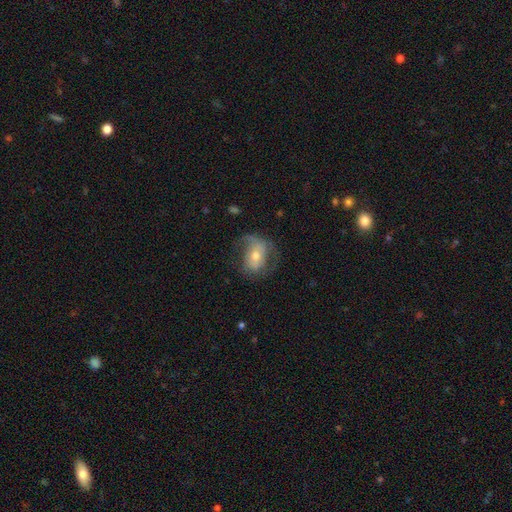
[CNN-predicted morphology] type=featured or disk (58%); edge-on=no (95%); bar=no (54%); spiral arms=yes (74%); bulge=moderate (56%); merging=none (52%).